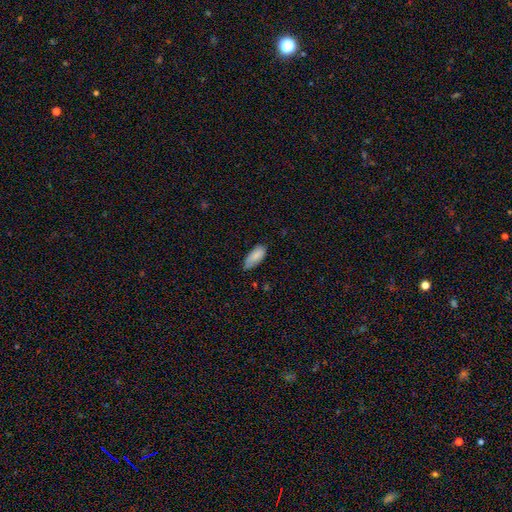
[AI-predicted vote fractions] smooth_or_featured: smooth (p=0.84) [alt: featured or disk p=0.10]
how_rounded: in between (p=0.87) [alt: cigar-shaped p=0.11]
merging: none (p=0.62) [alt: minor disturbance p=0.32]